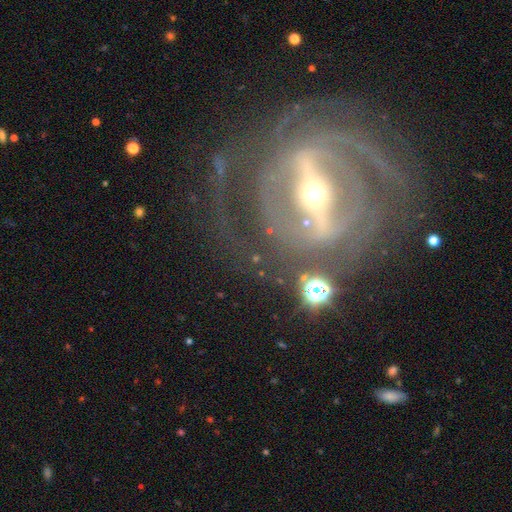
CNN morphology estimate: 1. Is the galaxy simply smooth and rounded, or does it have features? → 89% featured or disk, 6% star or artifact, 4% smooth.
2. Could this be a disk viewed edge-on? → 91% no, 9% yes.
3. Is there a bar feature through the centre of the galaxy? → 80% strong, 15% weak, 5% no.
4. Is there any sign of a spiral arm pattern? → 92% yes, 8% no.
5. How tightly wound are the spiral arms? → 63% tight, 29% medium, 8% loose.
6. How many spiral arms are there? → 27% can't tell (tied), 27% 2 (tied), 17% 3, 14% 4, 8% more than 4, 6% 1.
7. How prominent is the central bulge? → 53% small, 41% moderate, 4% large, 1% dominant, 1% none.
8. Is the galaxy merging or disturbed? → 72% none, 13% minor disturbance, 11% major disturbance, 3% merger.